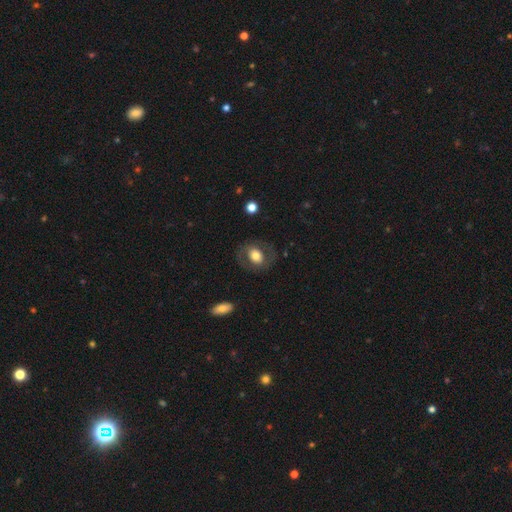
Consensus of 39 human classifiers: A smooth galaxy with no disk features (62%) that is in between round and cigar-shaped (54%). Merging: none (73%).